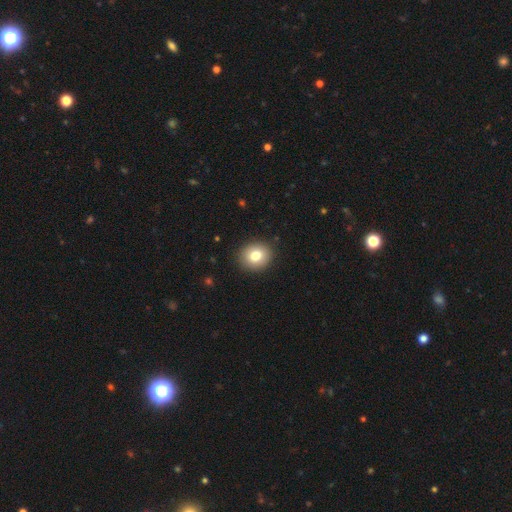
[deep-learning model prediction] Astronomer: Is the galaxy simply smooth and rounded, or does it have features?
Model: smooth — 79%.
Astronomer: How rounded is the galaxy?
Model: round — 75%.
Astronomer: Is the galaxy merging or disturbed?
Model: none — 90%.